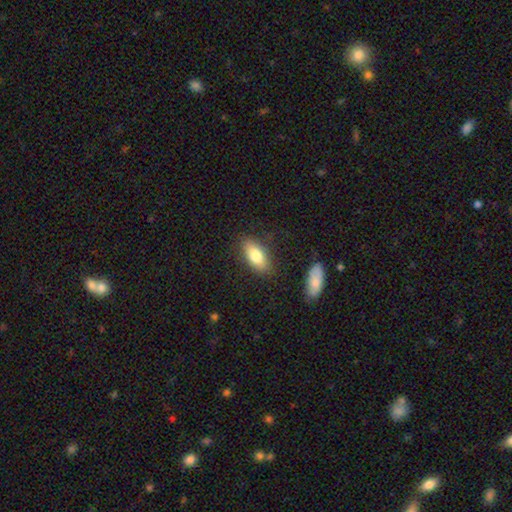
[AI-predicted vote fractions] A smooth galaxy with no disk features (78%) that is in between round and cigar-shaped (86%).

Vote fractions:
- Smooth or featured? smooth: 78% / featured or disk: 15% / star or artifact: 6%
- How rounded? in between: 86% / cigar-shaped: 11% / round: 4%
- Merging? none: 83% / minor disturbance: 12% / major disturbance: 3% / merger: 3%